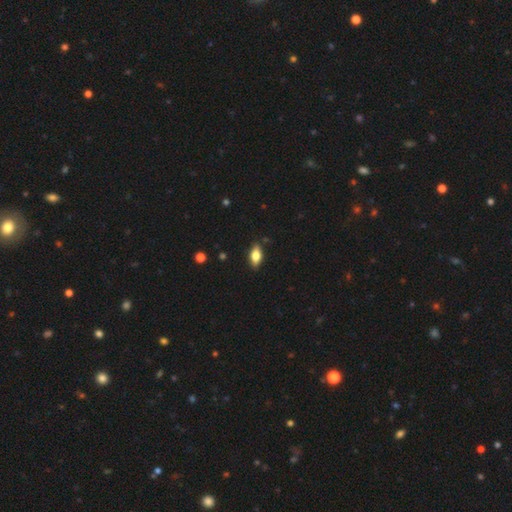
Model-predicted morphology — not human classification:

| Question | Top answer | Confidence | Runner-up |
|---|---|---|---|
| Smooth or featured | smooth | 74% | featured or disk (19%) |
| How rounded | in between | 86% | cigar-shaped (11%) |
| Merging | none | 86% | minor disturbance (11%) |